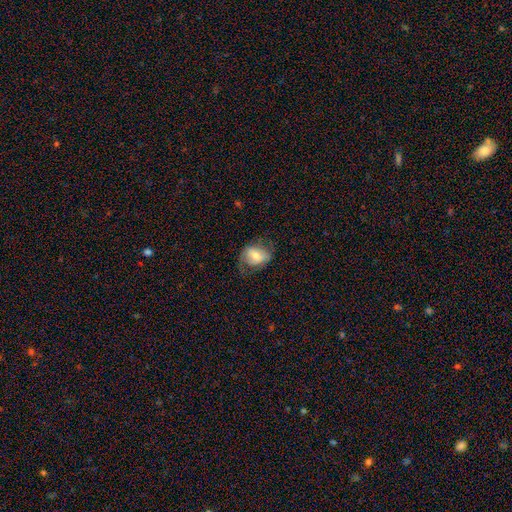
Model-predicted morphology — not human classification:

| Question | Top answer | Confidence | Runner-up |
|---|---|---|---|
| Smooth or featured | smooth | 47% | featured or disk (45%) |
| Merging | none | 57% | minor disturbance (24%) |